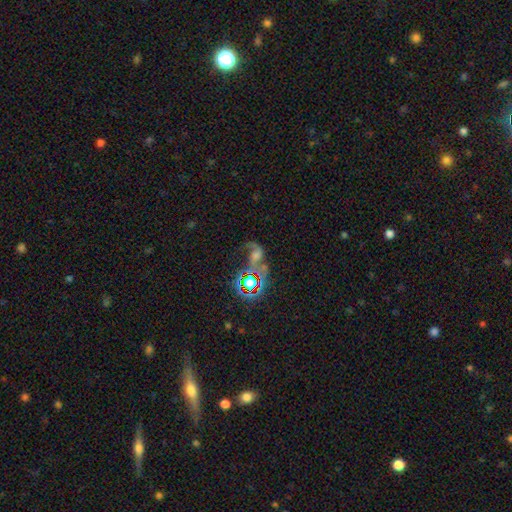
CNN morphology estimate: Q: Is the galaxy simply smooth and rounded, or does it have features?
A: featured or disk — 50%.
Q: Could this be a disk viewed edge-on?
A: no — 96%.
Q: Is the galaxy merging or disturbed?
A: major disturbance — 32%.